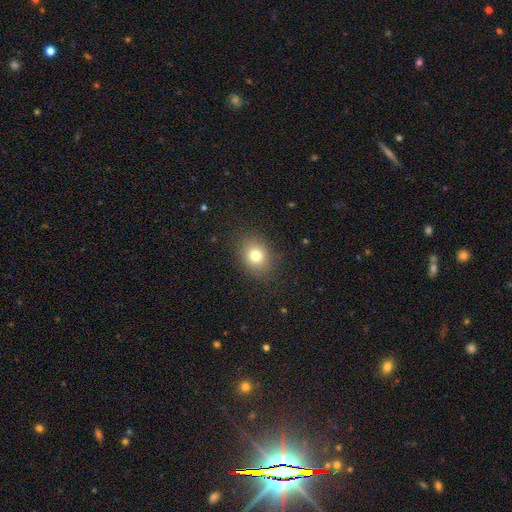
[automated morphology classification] Q: Smooth or featured?
A: smooth (77%); runner-up: star or artifact (13%)
Q: How rounded?
A: round (55%); runner-up: in between (44%)
Q: Merging?
A: none (86%); runner-up: minor disturbance (10%)